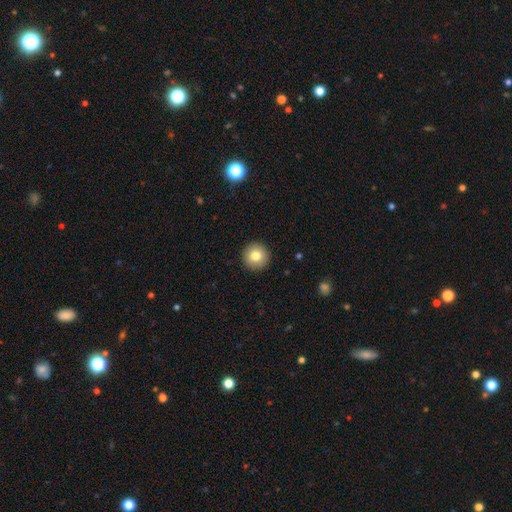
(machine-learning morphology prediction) smooth 80%, featured or disk 11%, star or artifact 9%. Down the decision tree: how rounded — round (95%); merging — none (93%).